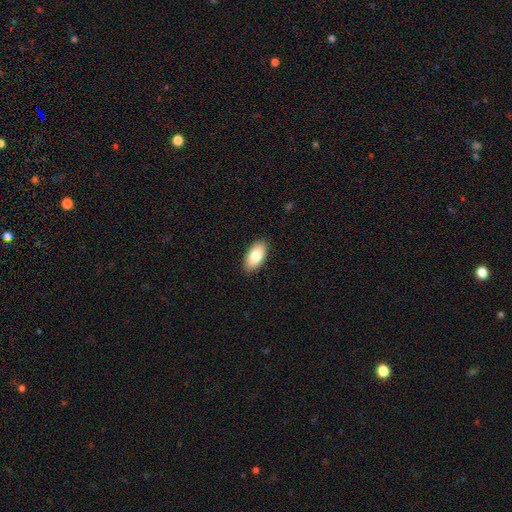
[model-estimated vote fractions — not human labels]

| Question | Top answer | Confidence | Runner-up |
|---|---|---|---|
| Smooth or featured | smooth | 80% | featured or disk (14%) |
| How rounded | in between | 94% | cigar-shaped (4%) |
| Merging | none | 90% | minor disturbance (8%) |